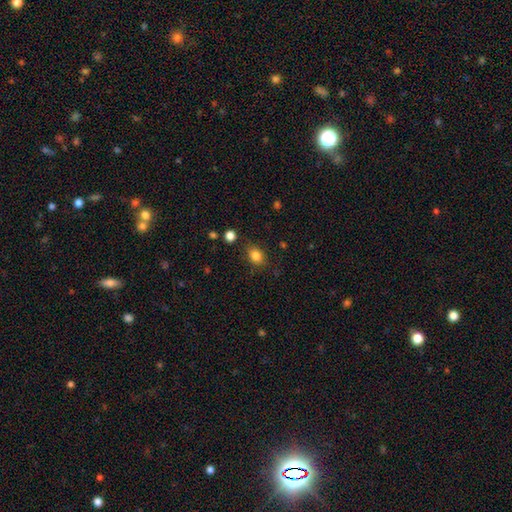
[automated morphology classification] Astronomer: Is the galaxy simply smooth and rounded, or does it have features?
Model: smooth — 83%.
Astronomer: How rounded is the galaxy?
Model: in between — 58% (runner-up: round, 41%).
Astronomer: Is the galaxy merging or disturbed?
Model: none — 80%.